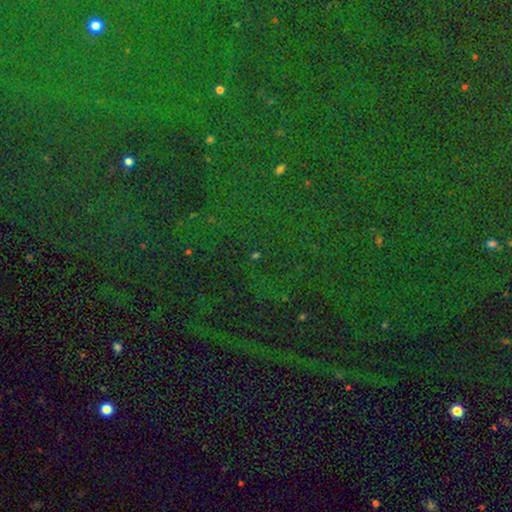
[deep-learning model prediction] The model was most divided on "smooth or featured": star or artifact: 78%, smooth: 14%, featured or disk: 8%.